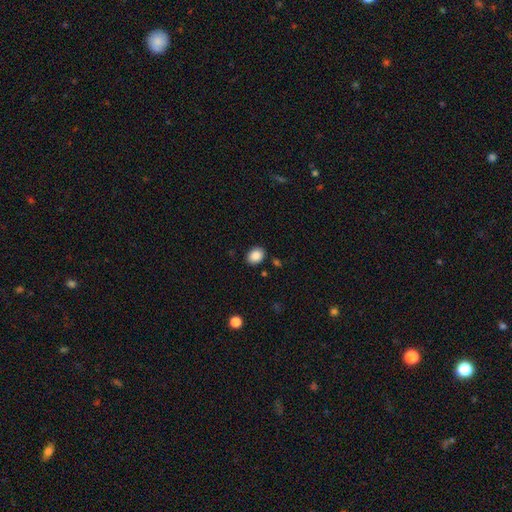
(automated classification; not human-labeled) smooth_or_featured: smooth (p=0.88) [alt: star or artifact p=0.09]
how_rounded: in between (p=0.55) [alt: round p=0.44]
merging: none (p=0.86) [alt: minor disturbance p=0.10]